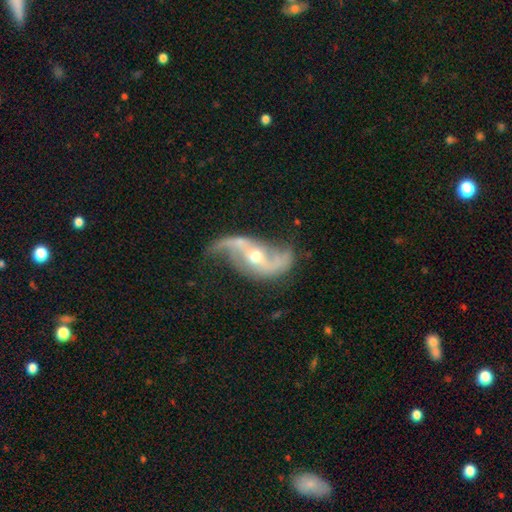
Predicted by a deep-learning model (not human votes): featured or disk 90%, star or artifact 5%, smooth 5%. Down the decision tree: edge-on disk — no (96%); bar — no (43%); spiral arms — yes (96%); spiral arm count — 2 (92%); spiral winding — loose (79%); bulge size — moderate (60%); merging — none (62%).